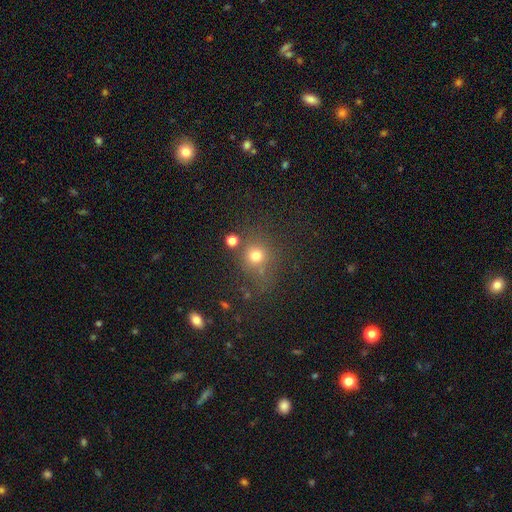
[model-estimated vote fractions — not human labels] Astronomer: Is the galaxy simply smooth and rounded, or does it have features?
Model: smooth — 71%.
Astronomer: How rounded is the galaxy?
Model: round — 85%.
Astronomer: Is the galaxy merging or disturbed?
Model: none — 68%.